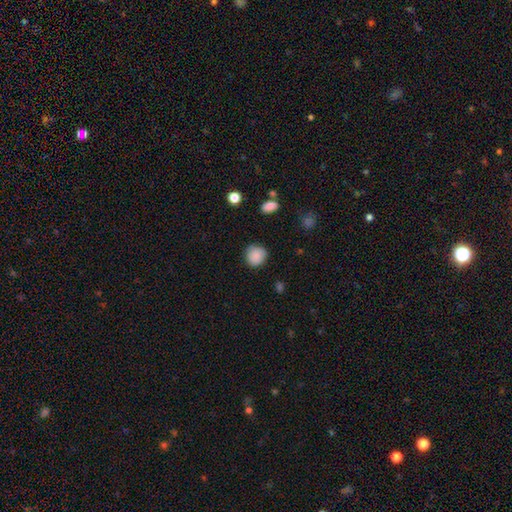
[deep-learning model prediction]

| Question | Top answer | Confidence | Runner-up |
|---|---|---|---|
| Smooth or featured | smooth | 87% | star or artifact (8%) |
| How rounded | round | 85% | in between (14%) |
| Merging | none | 79% | minor disturbance (16%) |